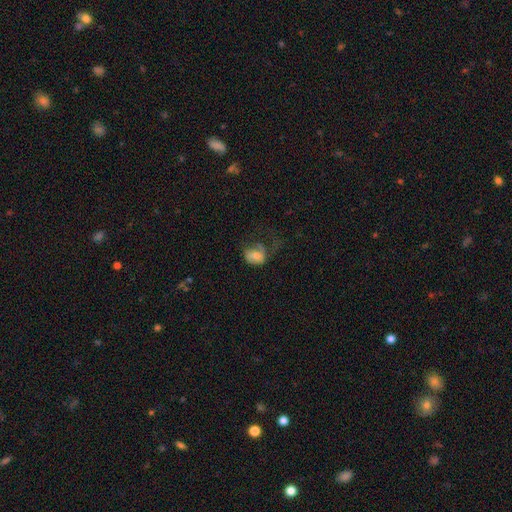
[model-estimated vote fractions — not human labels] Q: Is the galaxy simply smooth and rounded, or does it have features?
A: smooth — 61%.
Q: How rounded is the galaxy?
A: in between — 68%.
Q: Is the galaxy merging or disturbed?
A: major disturbance — 46%.